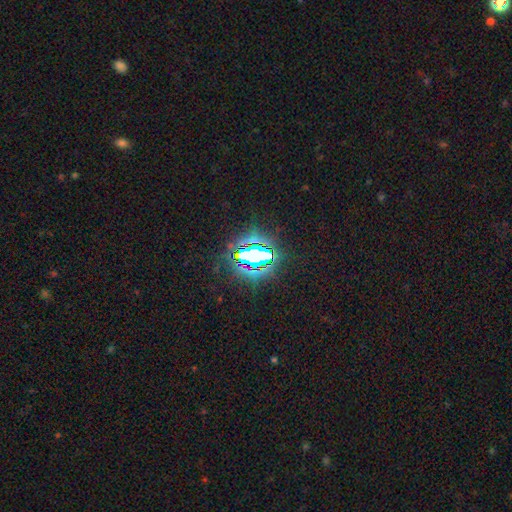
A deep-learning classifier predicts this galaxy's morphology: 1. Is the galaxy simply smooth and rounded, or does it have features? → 75% star or artifact, 14% smooth, 11% featured or disk.